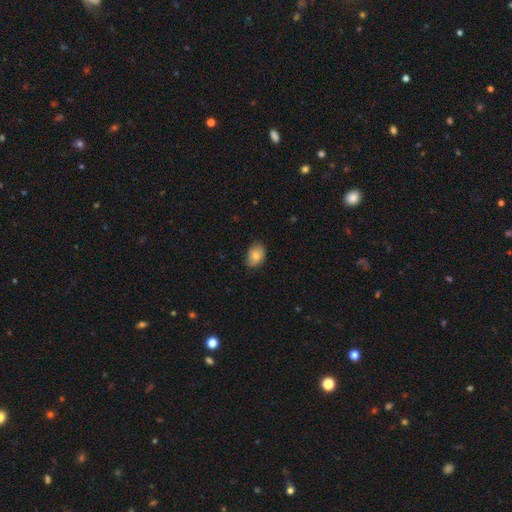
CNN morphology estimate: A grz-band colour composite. It shows a smooth galaxy with no disk features (78%) that is in between round and cigar-shaped (75%). Merging: none (70%).